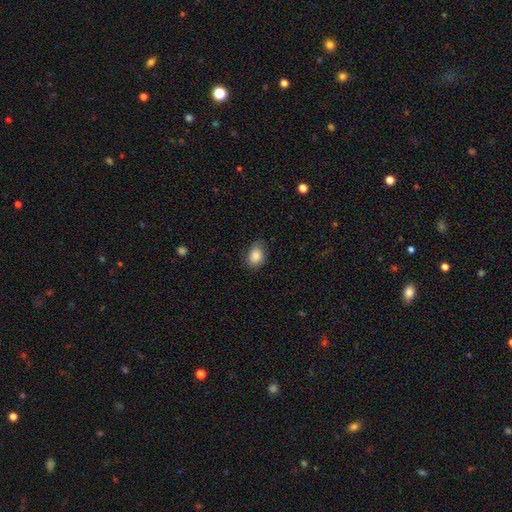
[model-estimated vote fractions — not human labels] Q: Smooth or featured?
A: smooth (84%); runner-up: featured or disk (8%)
Q: How rounded?
A: in between (67%); runner-up: round (32%)
Q: Merging?
A: none (67%); runner-up: minor disturbance (26%)